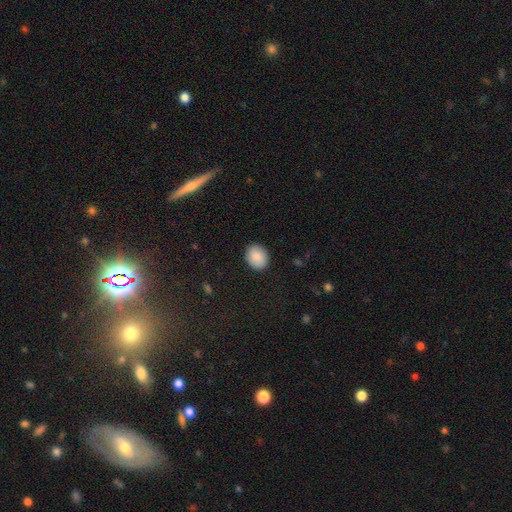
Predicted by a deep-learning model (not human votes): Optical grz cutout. It shows a smooth galaxy with no disk features (87%) that is round (54%). Merging: none (90%).